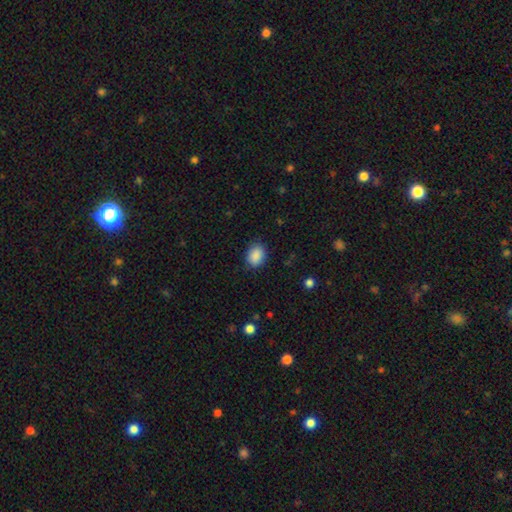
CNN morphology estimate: Smooth or featured? Predicted: smooth (p=0.89). How rounded? Predicted: in between (p=0.62). Merging? Predicted: none (p=0.85).